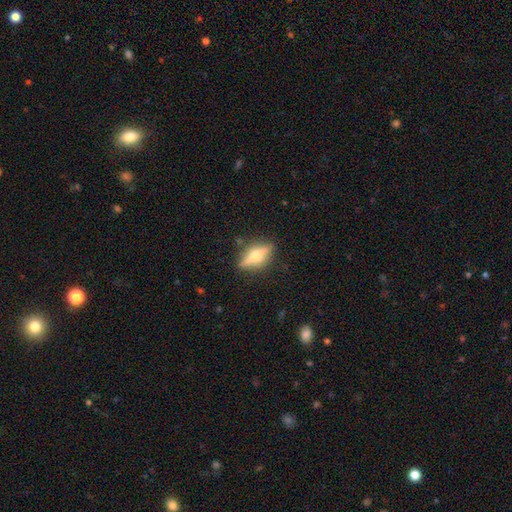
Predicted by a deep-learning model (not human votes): featured or disk 62%, smooth 30%, star or artifact 8%. Down the decision tree: edge-on disk — yes (89%); edge-on bulge — rounded (94%); merging — none (83%).